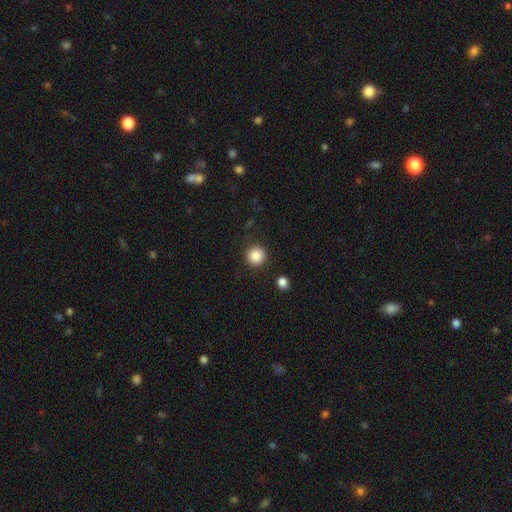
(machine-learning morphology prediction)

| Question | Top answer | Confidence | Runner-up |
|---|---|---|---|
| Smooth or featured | smooth | 86% | star or artifact (10%) |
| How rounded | round | 93% | in between (6%) |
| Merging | none | 89% | minor disturbance (7%) |